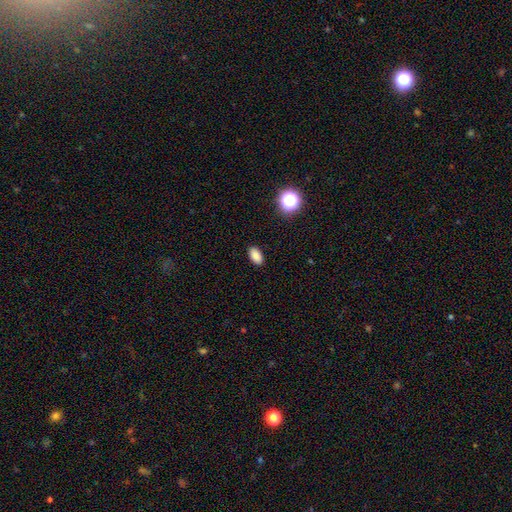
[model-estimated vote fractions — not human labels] Morphology: type=smooth (85%); roundness=in between (90%); merging=none (89%).